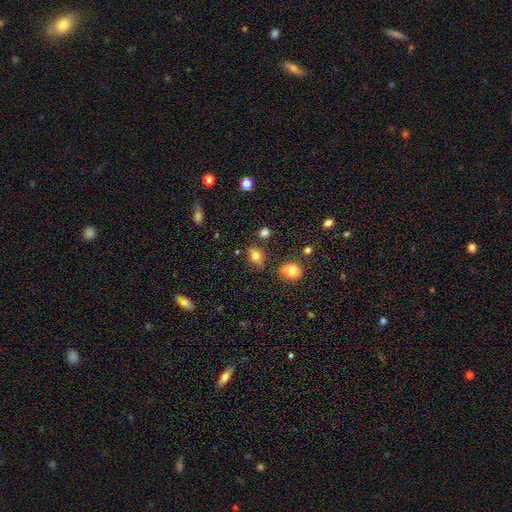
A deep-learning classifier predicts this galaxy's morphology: A smooth galaxy with no disk features (68%) that is in between round and cigar-shaped (62%). Merging: none (68%).